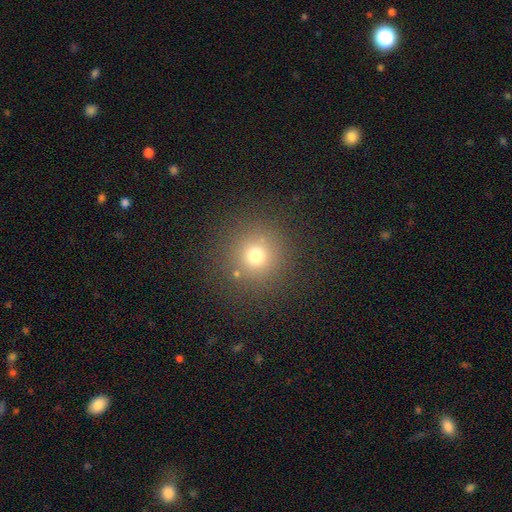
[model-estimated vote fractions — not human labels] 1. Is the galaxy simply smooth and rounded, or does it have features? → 70% smooth, 21% star or artifact, 9% featured or disk.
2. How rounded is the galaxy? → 94% round, 5% in between, 1% cigar-shaped.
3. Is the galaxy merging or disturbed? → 85% none, 8% minor disturbance, 4% major disturbance, 3% merger.